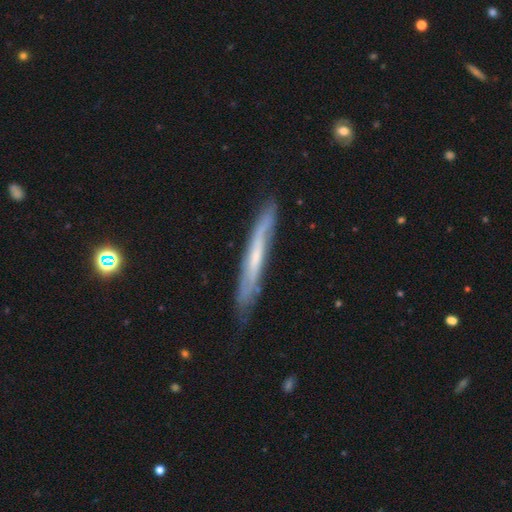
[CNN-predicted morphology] smooth_or_featured: featured or disk (p=0.62) [alt: smooth p=0.32]
disk_edge_on: yes (p=0.78) [alt: no p=0.22]
merging: none (p=0.71) [alt: minor disturbance p=0.22]